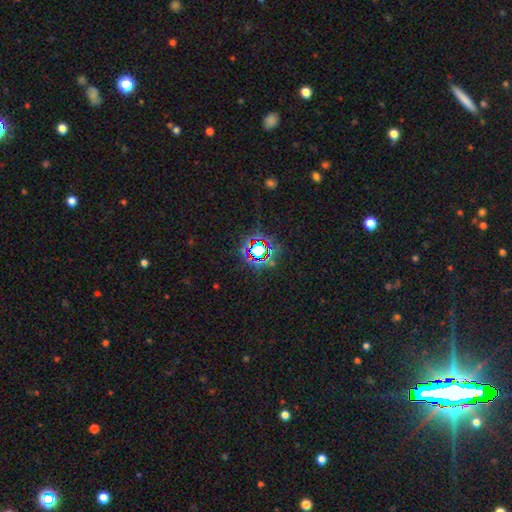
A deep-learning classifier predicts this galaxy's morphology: type=star or artifact (75%).